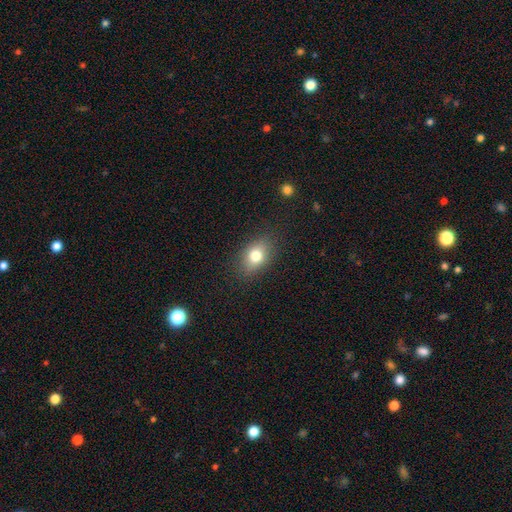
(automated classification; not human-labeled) Smooth or featured? smooth (76%)
How rounded? in between (77%)
Merging? none (85%)